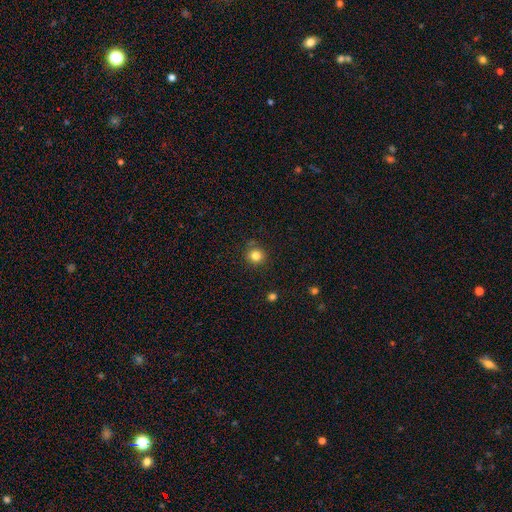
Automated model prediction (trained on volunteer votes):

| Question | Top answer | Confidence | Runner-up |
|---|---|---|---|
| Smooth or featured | smooth | 82% | star or artifact (12%) |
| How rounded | round | 92% | in between (7%) |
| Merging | none | 86% | minor disturbance (9%) |